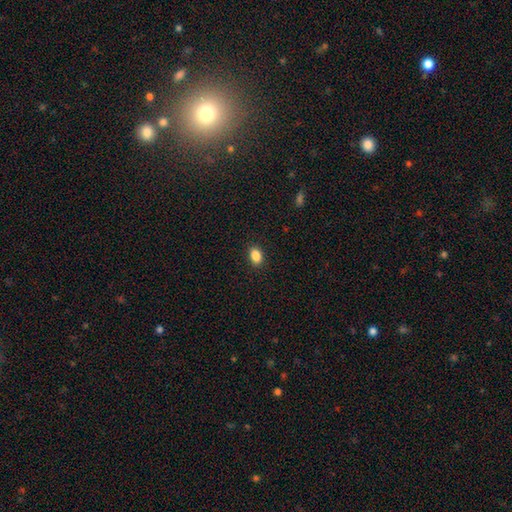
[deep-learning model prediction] Smooth or featured: smooth — 87% (star or artifact — 9%)
How rounded: in between — 81% (round — 18%)
Merging: none — 89% (minor disturbance — 8%)